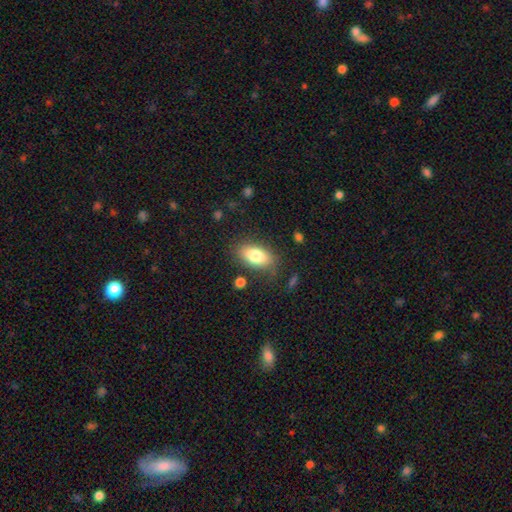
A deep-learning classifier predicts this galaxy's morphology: The model was most divided on "merging": none: 79%, minor disturbance: 14%, major disturbance: 5%, merger: 2%. More confident: how rounded — in between (90%); smooth or featured — smooth (79%).